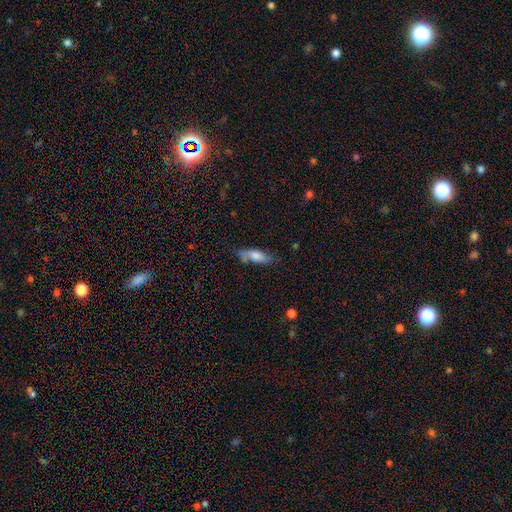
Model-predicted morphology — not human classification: smooth-or-featured: smooth: 70% | featured or disk: 22% | star or artifact: 7%
  how-rounded: in between: 62% | cigar-shaped: 35% | round: 3%
  merging: none: 60% | minor disturbance: 26% | major disturbance: 8% | merger: 6%